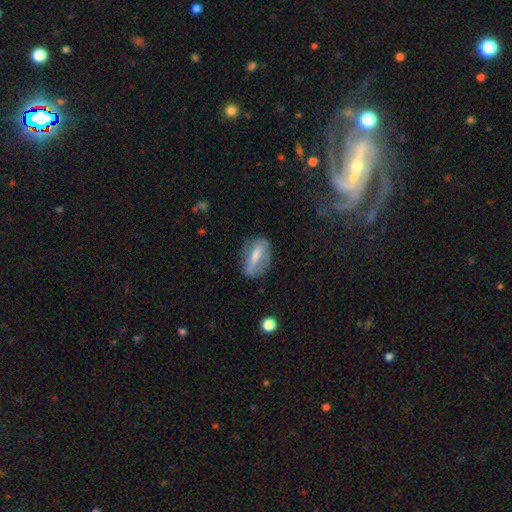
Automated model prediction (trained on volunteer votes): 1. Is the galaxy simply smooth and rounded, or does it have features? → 50% smooth, 43% featured or disk, 8% star or artifact.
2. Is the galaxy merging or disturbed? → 65% none, 23% minor disturbance, 10% major disturbance, 2% merger.